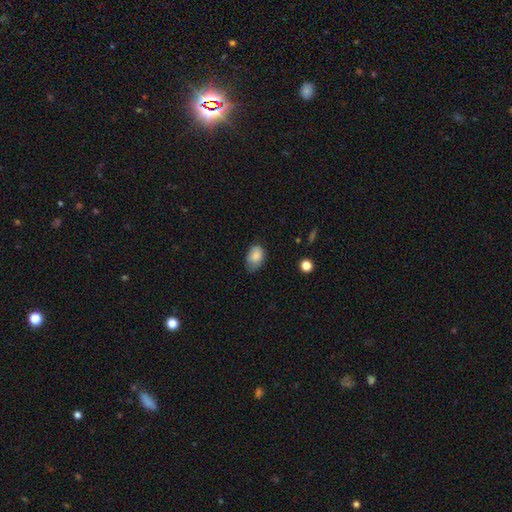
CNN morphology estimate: Smooth or featured? Predicted: smooth (p=0.83). How rounded? Predicted: in between (p=0.84). Merging? Predicted: none (p=0.52).